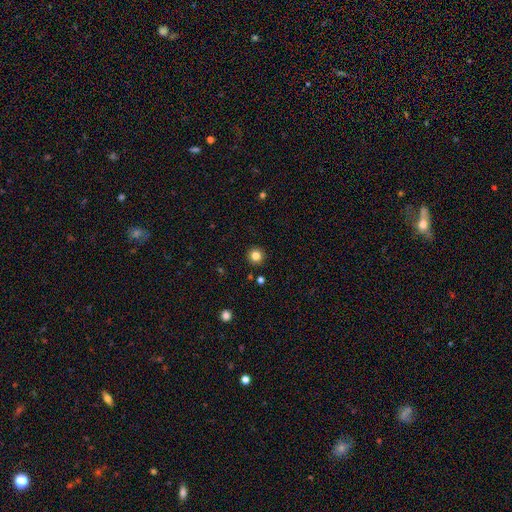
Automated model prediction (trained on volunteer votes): A smooth galaxy with no disk features (82%) that is round (95%). Merging: none (92%).